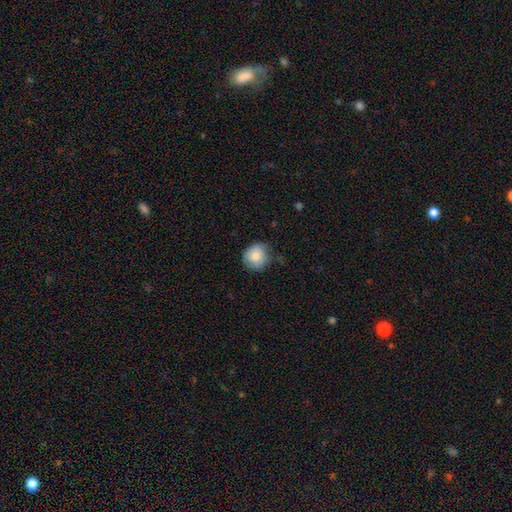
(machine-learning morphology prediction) This appears to be a smooth galaxy with no disk features (82%) that is round (85%). Merging: none (65%).